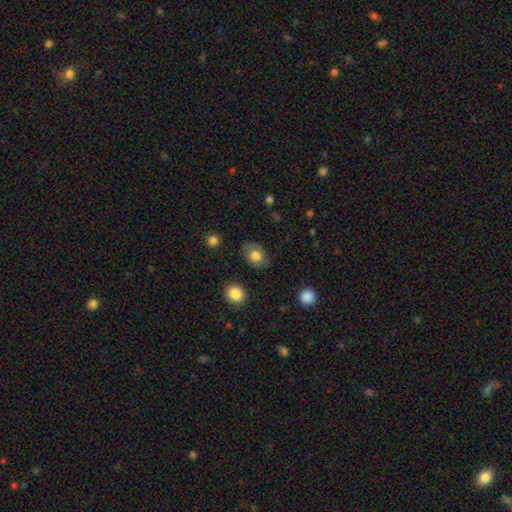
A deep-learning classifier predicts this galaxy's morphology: A smooth galaxy with no disk features (80%) that is in between round and cigar-shaped (66%). Merging: none (78%).